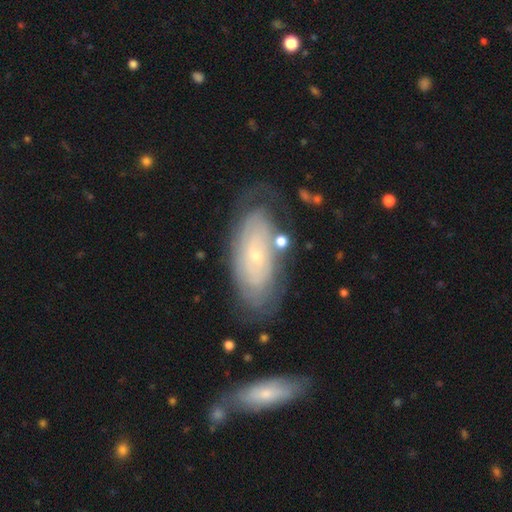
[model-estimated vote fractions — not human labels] Smooth or featured?
  - featured or disk: 67% *
  - smooth: 26%
  - star or artifact: 6%
Edge-on disk?
  - no: 91% *
  - yes: 9%
Bar?
  - no: 80% *
  - weak: 16%
  - strong: 4%
Spiral arms?
  - yes: 76% *
  - no: 24%
Bulge size?
  - small: 79% *
  - moderate: 17%
  - none: 2%
  - large: 1%
  - dominant: 1%
Merging?
  - none: 66% *
  - minor disturbance: 20%
  - major disturbance: 8%
  - merger: 6%